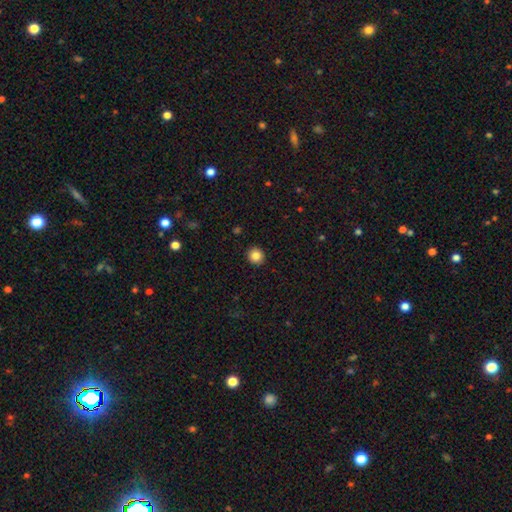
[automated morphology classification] Smooth or featured: smooth — 85% (star or artifact — 10%)
How rounded: round — 91% (in between — 8%)
Merging: none — 92% (minor disturbance — 5%)